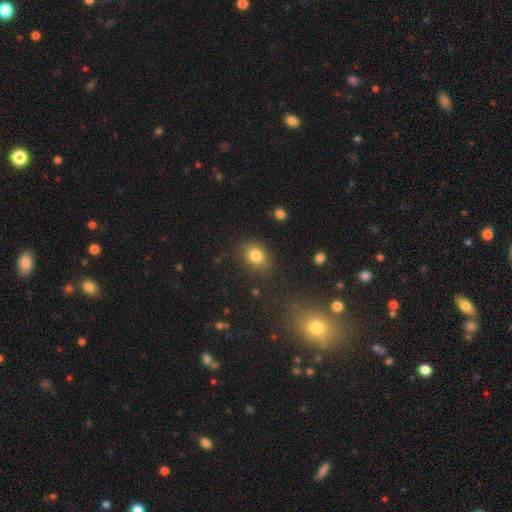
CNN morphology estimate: The model was most divided on "how rounded": in between: 63%, round: 35%, cigar-shaped: 1%. More confident: smooth or featured — smooth (82%); merging — none (82%).